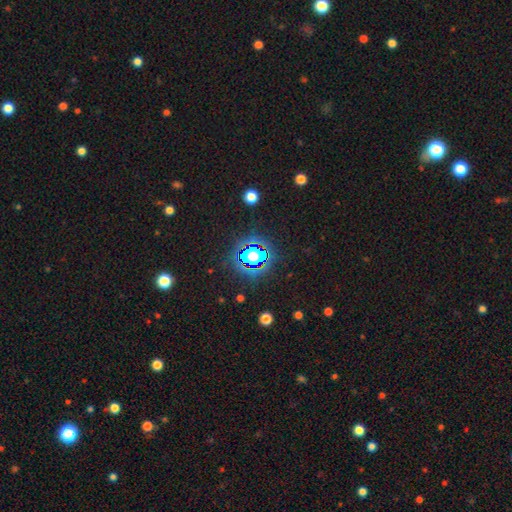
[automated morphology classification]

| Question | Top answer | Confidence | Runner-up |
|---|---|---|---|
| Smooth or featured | star or artifact | 81% | smooth (13%) |